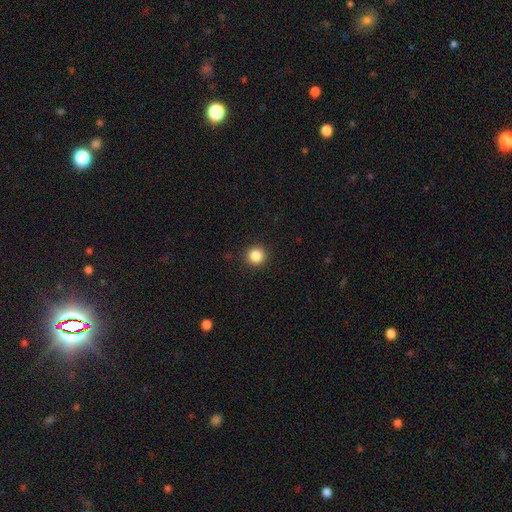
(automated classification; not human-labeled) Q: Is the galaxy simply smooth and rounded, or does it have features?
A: smooth — 85%.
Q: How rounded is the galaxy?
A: round — 95%.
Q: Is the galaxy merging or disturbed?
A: none — 92%.